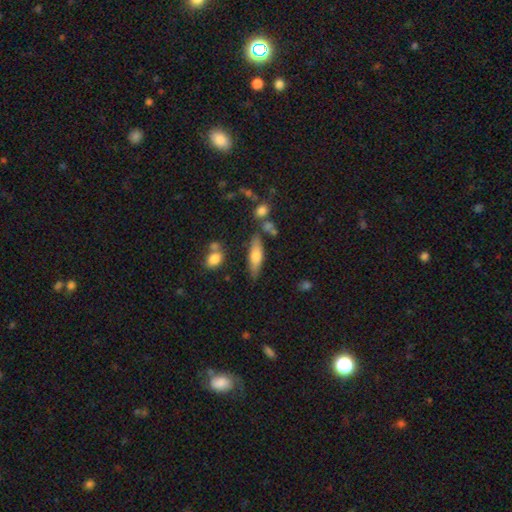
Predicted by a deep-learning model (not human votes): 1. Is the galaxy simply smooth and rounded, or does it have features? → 63% smooth, 30% featured or disk, 7% star or artifact.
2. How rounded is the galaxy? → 49% cigar-shaped, 48% in between, 2% round.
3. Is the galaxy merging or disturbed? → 72% none, 17% minor disturbance, 7% merger, 4% major disturbance.